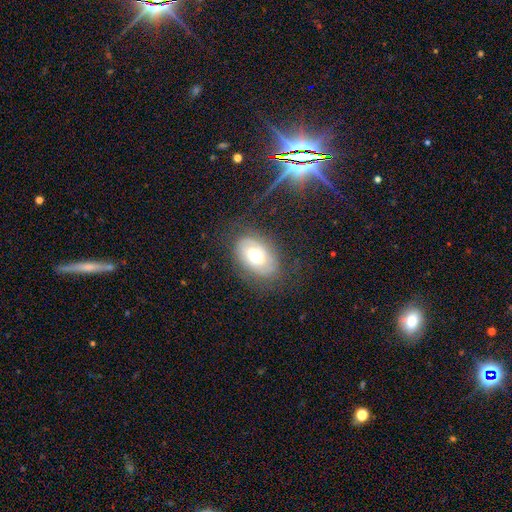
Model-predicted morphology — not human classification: Smooth or featured? Predicted: smooth (p=0.46). Merging? Predicted: none (p=0.73).